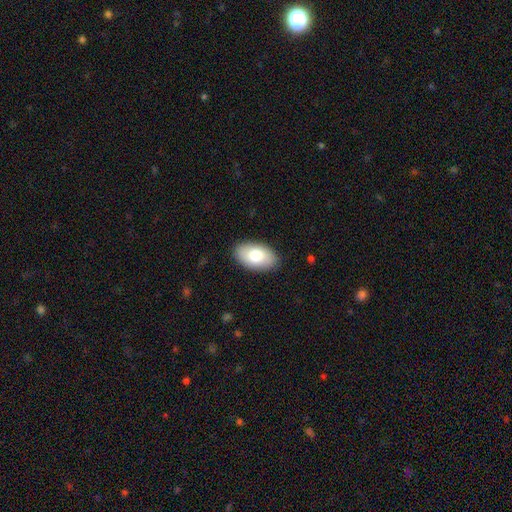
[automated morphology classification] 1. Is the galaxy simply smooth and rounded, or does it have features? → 79% smooth, 15% featured or disk, 6% star or artifact.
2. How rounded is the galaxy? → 95% in between, 4% round, 1% cigar-shaped.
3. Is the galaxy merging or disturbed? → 88% none, 9% minor disturbance, 2% major disturbance, 1% merger.